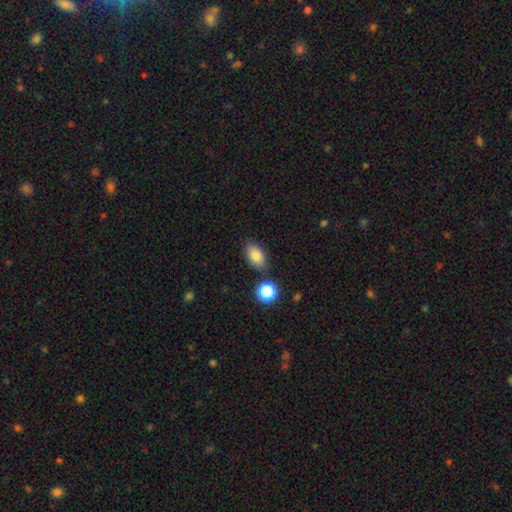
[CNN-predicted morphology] type=smooth (84%); roundness=in between (88%); merging=none (78%).